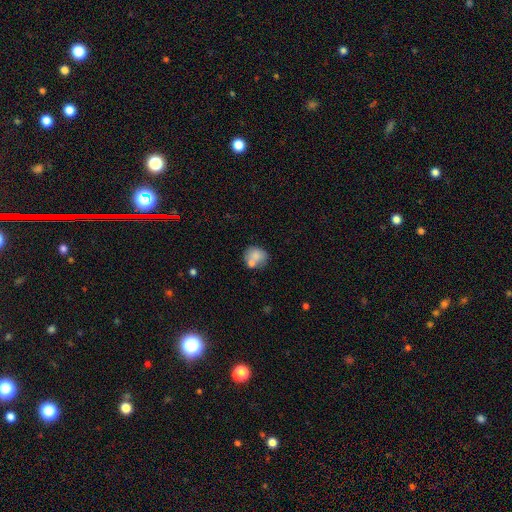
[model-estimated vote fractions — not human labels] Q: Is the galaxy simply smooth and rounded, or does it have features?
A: smooth — 76%.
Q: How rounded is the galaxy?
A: round — 70%.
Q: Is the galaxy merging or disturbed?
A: none — 51%.